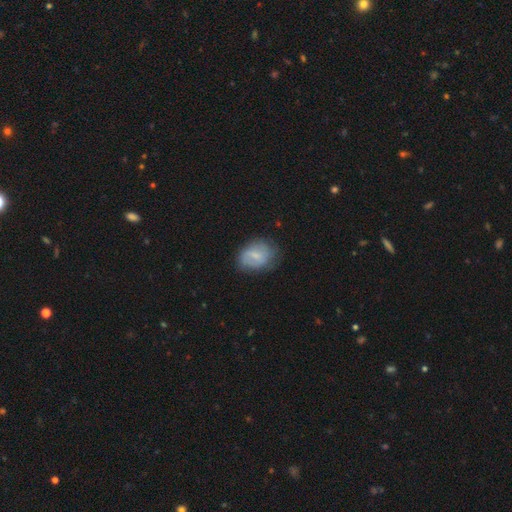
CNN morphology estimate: Smooth or featured?
  - smooth: 53% *
  - featured or disk: 40%
  - star or artifact: 7%
How rounded?
  - in between: 68% *
  - round: 31%
  - cigar-shaped: 1%
Merging?
  - none: 64% *
  - minor disturbance: 25%
  - major disturbance: 9%
  - merger: 1%